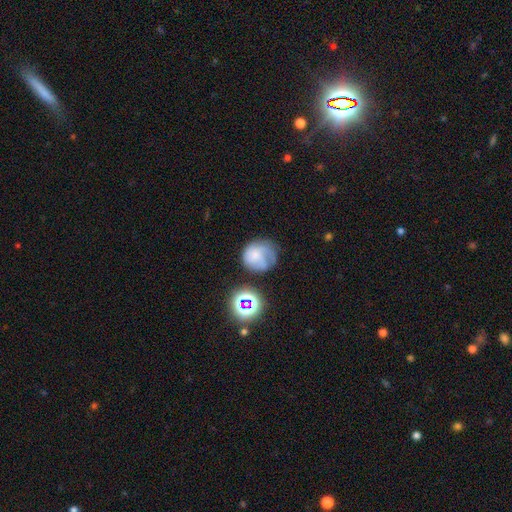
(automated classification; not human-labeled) The model was most divided on "smooth or featured": smooth: 47%, featured or disk: 39%, star or artifact: 14%. Remaining: merging — none (45%).